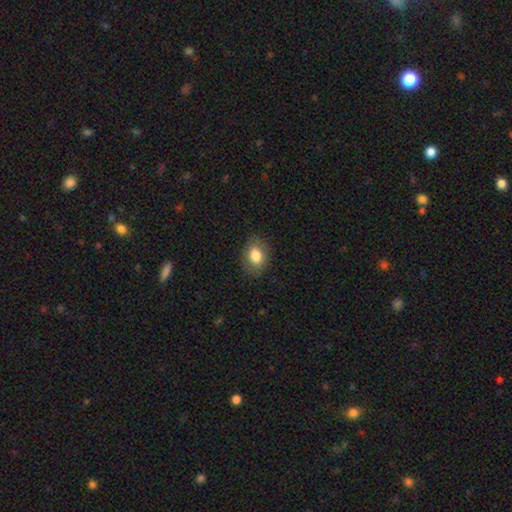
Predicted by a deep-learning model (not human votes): Smooth or featured: smooth — 81% (featured or disk — 11%)
How rounded: in between — 72% (round — 27%)
Merging: none — 83% (minor disturbance — 12%)